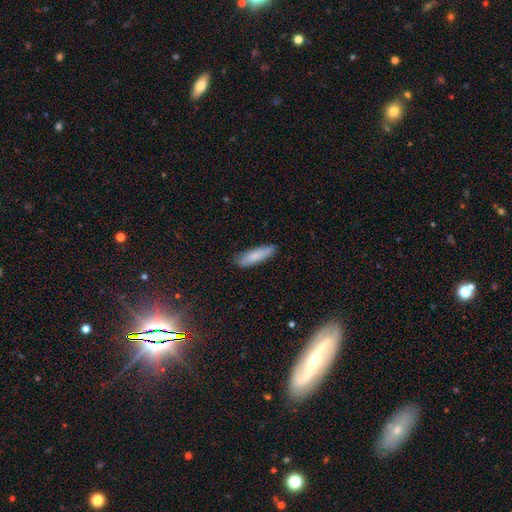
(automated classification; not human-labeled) Smooth or featured? Predicted: smooth (p=0.81). How rounded? Predicted: cigar-shaped (p=0.69). Merging? Predicted: none (p=0.82).